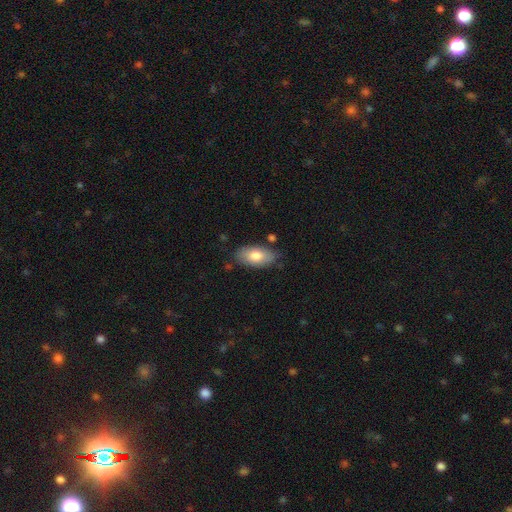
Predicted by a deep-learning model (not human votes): Smooth or featured: smooth — 78% (featured or disk — 16%)
How rounded: in between — 92% (cigar-shaped — 4%)
Merging: none — 78% (minor disturbance — 16%)